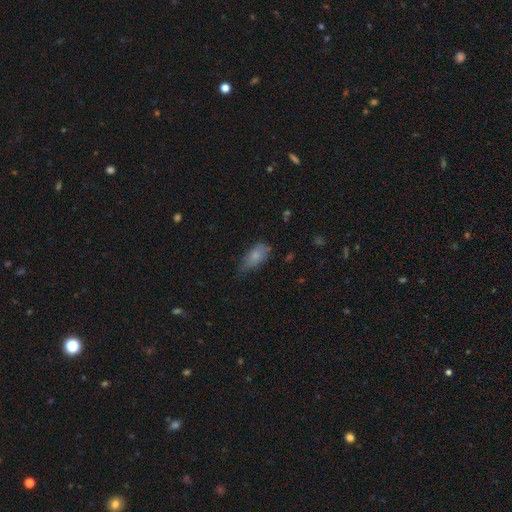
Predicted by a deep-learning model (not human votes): Smooth or featured?
  - smooth: 79% *
  - featured or disk: 13%
  - star or artifact: 8%
How rounded?
  - in between: 87% *
  - cigar-shaped: 9%
  - round: 4%
Merging?
  - none: 49% *
  - minor disturbance: 39%
  - major disturbance: 10%
  - merger: 2%